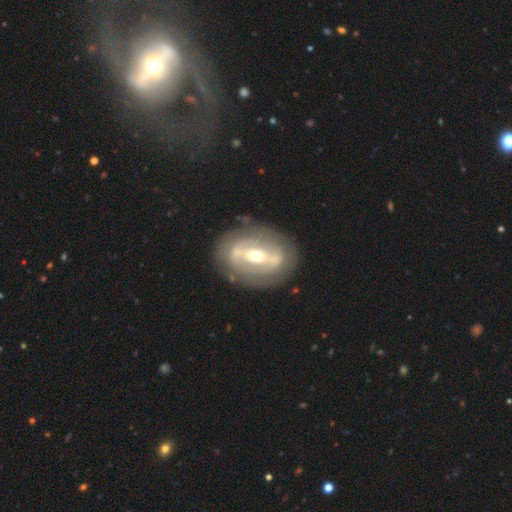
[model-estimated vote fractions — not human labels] smooth_or_featured: featured or disk (p=0.79) [alt: smooth p=0.15]
disk_edge_on: no (p=0.89) [alt: yes p=0.11]
bar: strong (p=0.68) [alt: weak p=0.20]
has_spiral_arms: no (p=0.55) [alt: yes p=0.45]
bulge_size: moderate (p=0.64) [alt: small p=0.29]
merging: none (p=0.79) [alt: minor disturbance p=0.13]